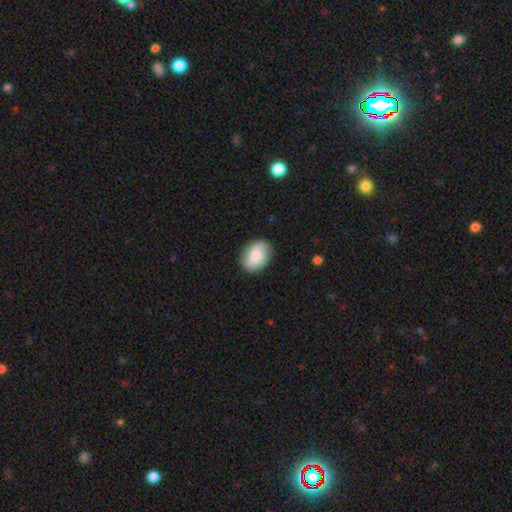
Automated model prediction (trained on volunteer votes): Smooth or featured? smooth (62%)
How rounded? in between (64%)
Merging? none (84%)